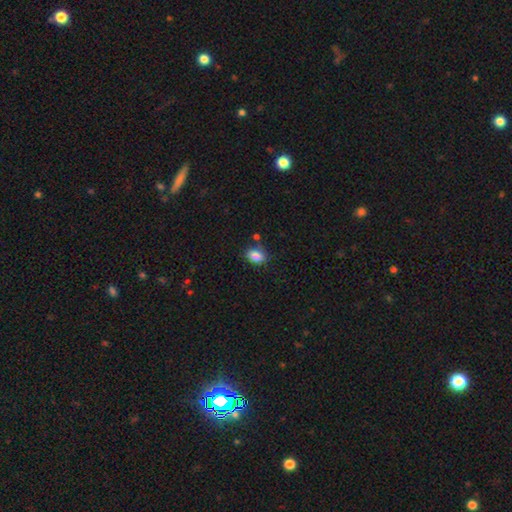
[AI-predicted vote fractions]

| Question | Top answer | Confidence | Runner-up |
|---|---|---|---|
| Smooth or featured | smooth | 86% | star or artifact (9%) |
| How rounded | in between | 78% | round (21%) |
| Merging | none | 74% | minor disturbance (16%) |